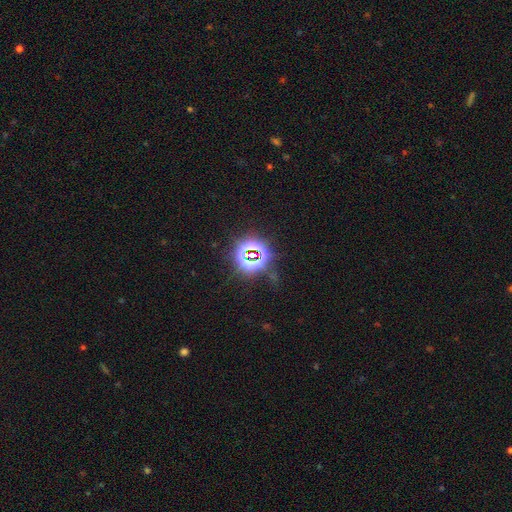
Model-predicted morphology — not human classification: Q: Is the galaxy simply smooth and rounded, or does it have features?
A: star or artifact — 78%.